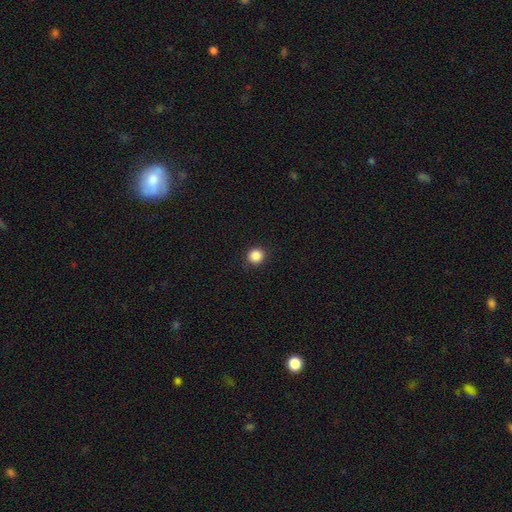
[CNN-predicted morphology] Smooth or featured? smooth (87%)
How rounded? round (93%)
Merging? none (92%)